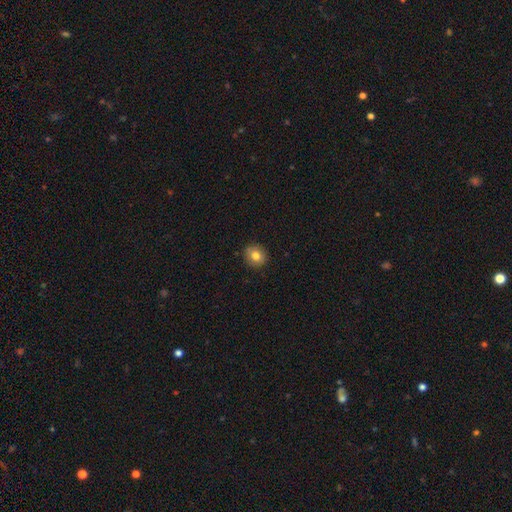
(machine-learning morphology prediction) type=smooth (79%); roundness=round (80%); merging=none (89%).